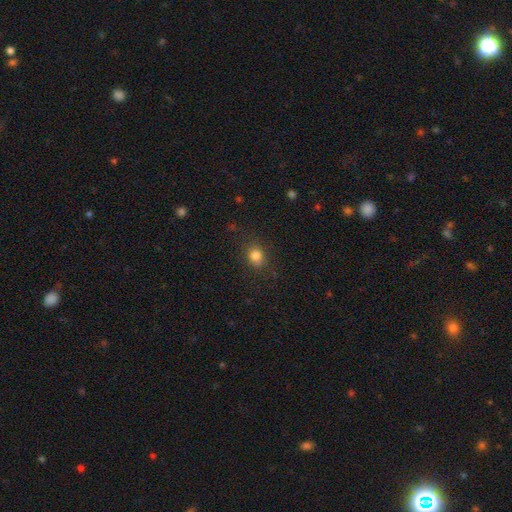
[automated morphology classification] Smooth or featured?
  - smooth: 83% *
  - star or artifact: 12%
  - featured or disk: 6%
How rounded?
  - round: 60% *
  - in between: 39%
  - cigar-shaped: 1%
Merging?
  - none: 84% *
  - minor disturbance: 11%
  - major disturbance: 4%
  - merger: 1%